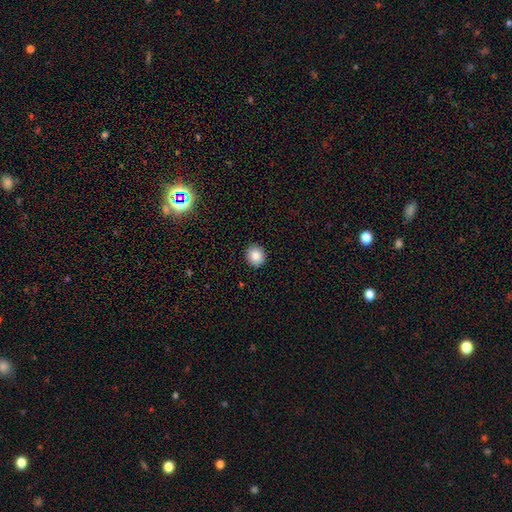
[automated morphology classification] smooth-or-featured: smooth: 86% | star or artifact: 9% | featured or disk: 5%
  how-rounded: round: 80% | in between: 19% | cigar-shaped: 1%
  merging: none: 91% | minor disturbance: 6% | major disturbance: 2% | merger: 1%